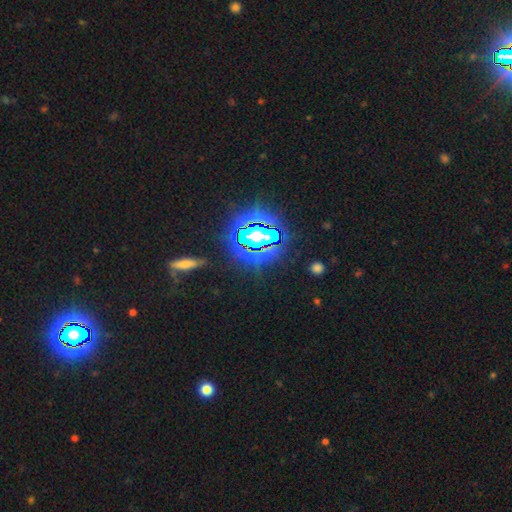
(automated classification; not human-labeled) Smooth or featured: star or artifact — 77% (smooth — 12%)